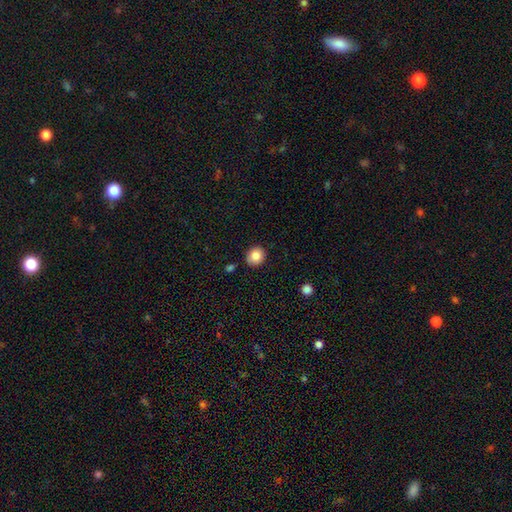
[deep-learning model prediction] Smooth or featured? smooth (85%)
How rounded? round (82%)
Merging? none (85%)